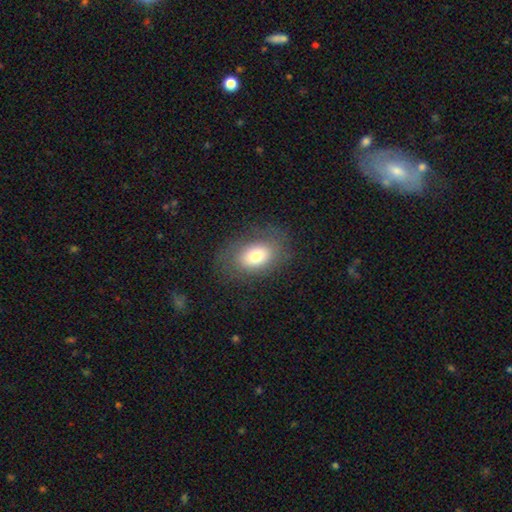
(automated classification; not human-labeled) This appears to be a smooth galaxy with no disk features (70%) that is in between round and cigar-shaped (82%). Merging: none (75%).